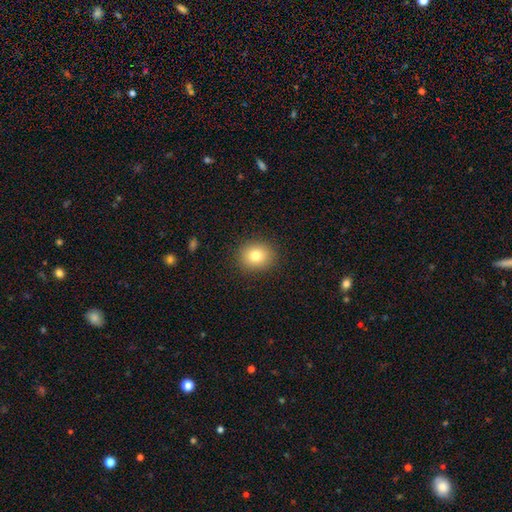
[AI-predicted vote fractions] A smooth galaxy with no disk features (80%) that is round (74%). Merging: none (90%).